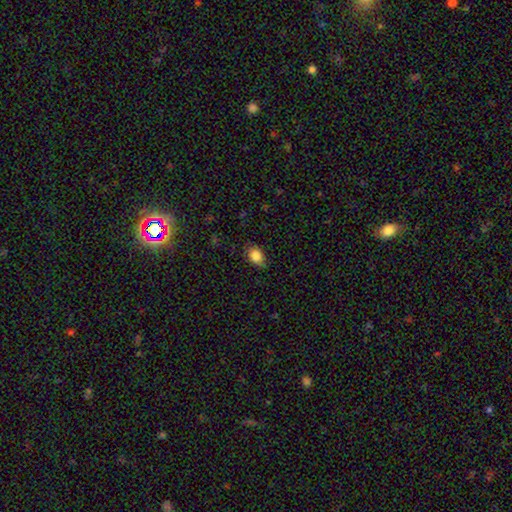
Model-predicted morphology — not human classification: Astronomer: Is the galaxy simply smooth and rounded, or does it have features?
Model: smooth — 84%.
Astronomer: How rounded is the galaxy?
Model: in between — 79%.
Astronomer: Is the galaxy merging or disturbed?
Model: none — 78%.